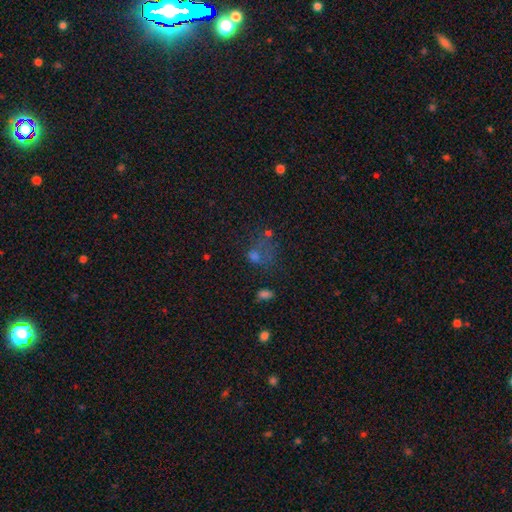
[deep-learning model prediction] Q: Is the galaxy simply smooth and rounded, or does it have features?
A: smooth — 49%.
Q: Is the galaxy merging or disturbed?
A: none — 35%.